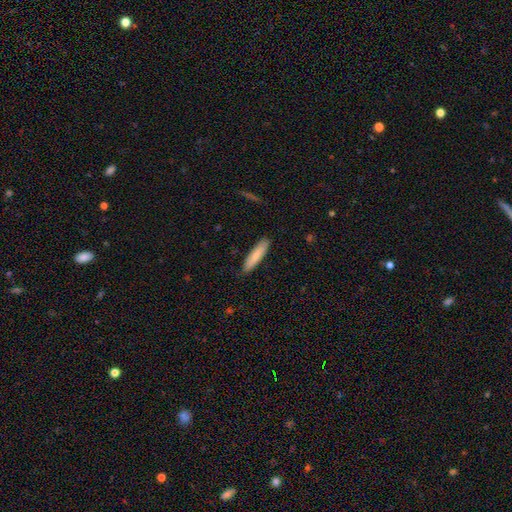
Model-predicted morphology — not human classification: Smooth or featured: smooth — 78% (featured or disk — 17%)
How rounded: cigar-shaped — 81% (in between — 18%)
Merging: none — 87% (minor disturbance — 10%)